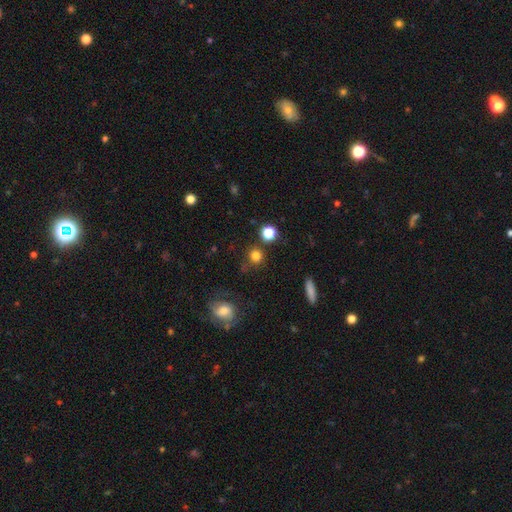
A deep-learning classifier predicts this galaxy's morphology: Smooth or featured? smooth (80%)
How rounded? round (91%)
Merging? none (79%)